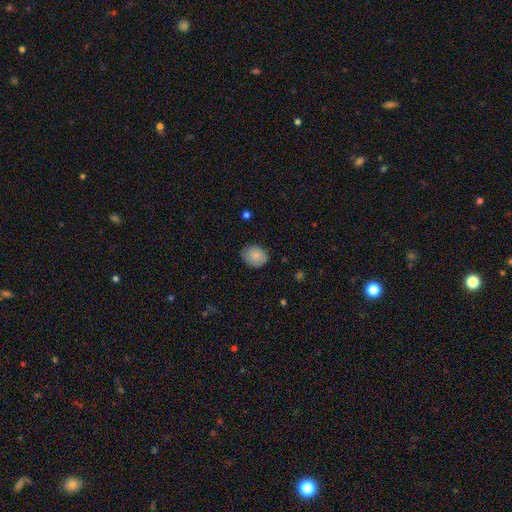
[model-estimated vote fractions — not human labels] smooth_or_featured: smooth (p=0.85) [alt: star or artifact p=0.07]
how_rounded: round (p=0.51) [alt: in between p=0.48]
merging: none (p=0.79) [alt: minor disturbance p=0.17]